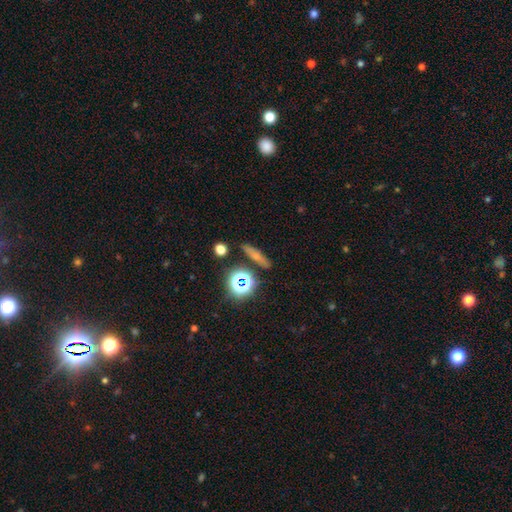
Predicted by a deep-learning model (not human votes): This appears to be a smooth galaxy with no disk features (54%) that is cigar-shaped (66%). Merging: none (84%).